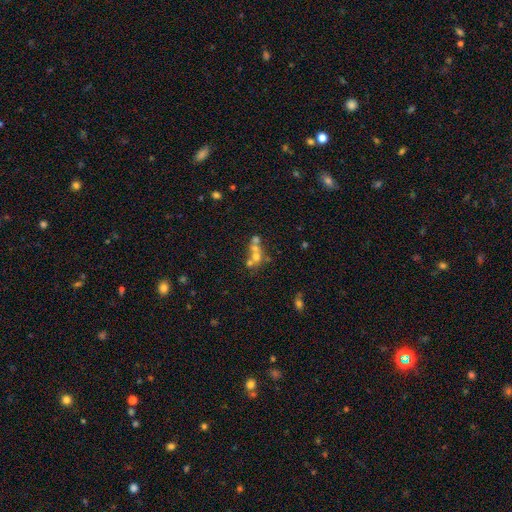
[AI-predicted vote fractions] Overall: smooth (47%; featured or disk 33%). Merging: merger (53%; none 34%).